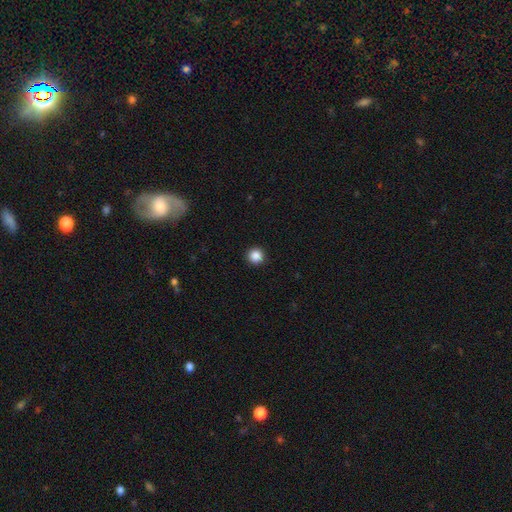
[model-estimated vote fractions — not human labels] Morphology: type=smooth (87%); roundness=round (95%); merging=none (93%).